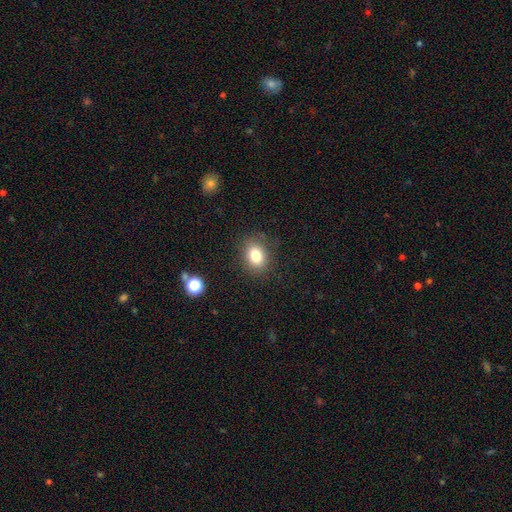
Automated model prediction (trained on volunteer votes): This appears to be a smooth galaxy with no disk features (81%) that is in between round and cigar-shaped (66%). Merging: none (84%).